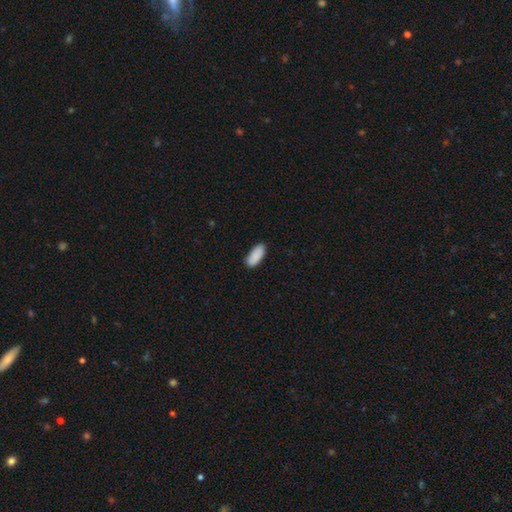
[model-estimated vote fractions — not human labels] This appears to be a smooth galaxy with no disk features (90%) that is in between round and cigar-shaped (86%). Merging: none (81%).